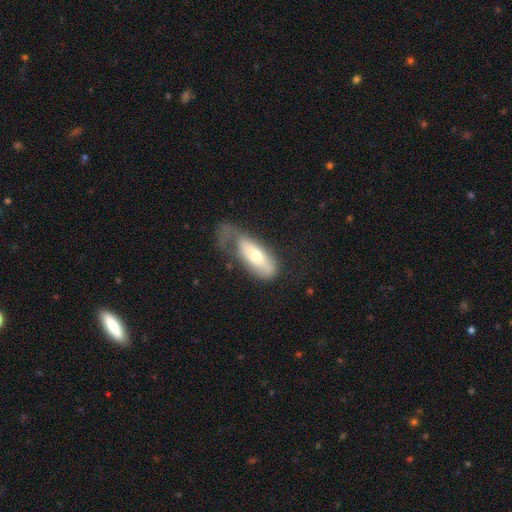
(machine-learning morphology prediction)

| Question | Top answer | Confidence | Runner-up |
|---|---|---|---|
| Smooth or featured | smooth | 54% | featured or disk (40%) |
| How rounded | in between | 74% | cigar-shaped (24%) |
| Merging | major disturbance | 47% | minor disturbance (25%) |